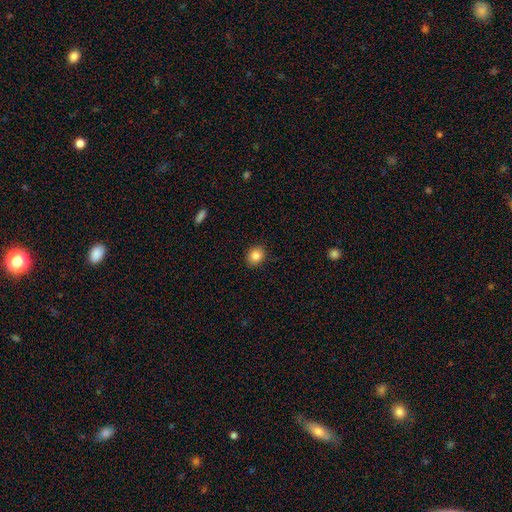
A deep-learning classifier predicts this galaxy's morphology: smooth_or_featured: smooth (p=0.85) [alt: star or artifact p=0.10]
how_rounded: round (p=0.67) [alt: in between p=0.32]
merging: none (p=0.90) [alt: minor disturbance p=0.07]